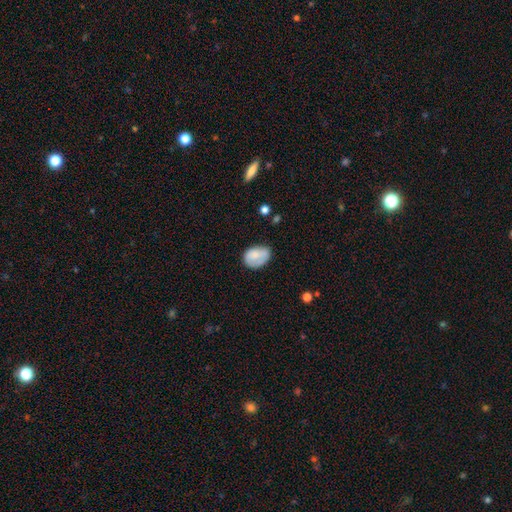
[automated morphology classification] The model was most divided on "merging": none: 54%, minor disturbance: 32%, major disturbance: 11%, merger: 3%. More confident: smooth or featured — smooth (77%); how rounded — in between (74%).